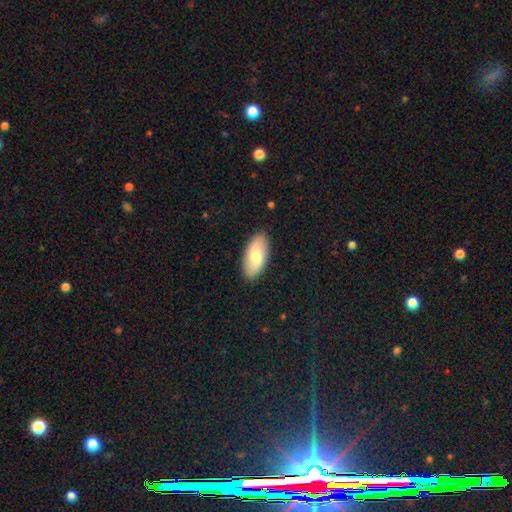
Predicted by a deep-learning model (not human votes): This appears to be a smooth galaxy with no disk features (63%) that is in between round and cigar-shaped (92%). Merging: none (89%).